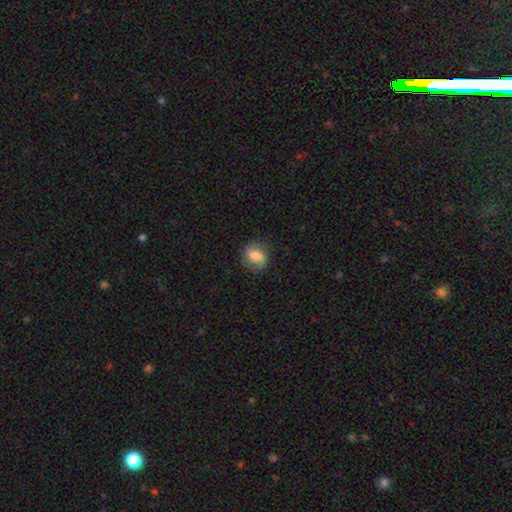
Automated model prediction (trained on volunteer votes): The model was most divided on "how rounded": in between: 56%, round: 42%, cigar-shaped: 2%. More confident: merging — none (74%); smooth or featured — smooth (59%).